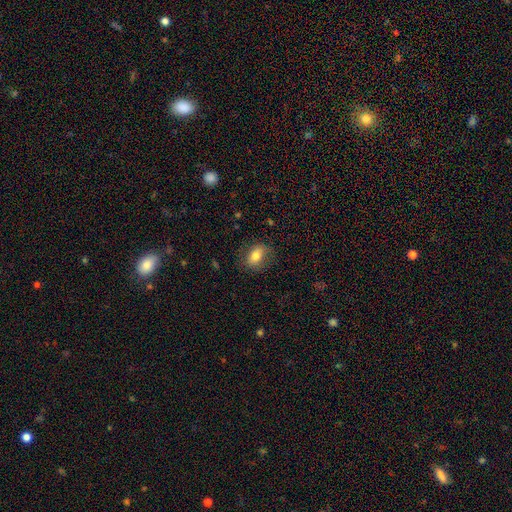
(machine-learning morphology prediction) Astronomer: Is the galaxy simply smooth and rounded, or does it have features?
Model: smooth — 74%.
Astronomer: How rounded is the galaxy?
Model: in between — 78%.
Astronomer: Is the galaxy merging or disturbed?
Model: none — 77%.